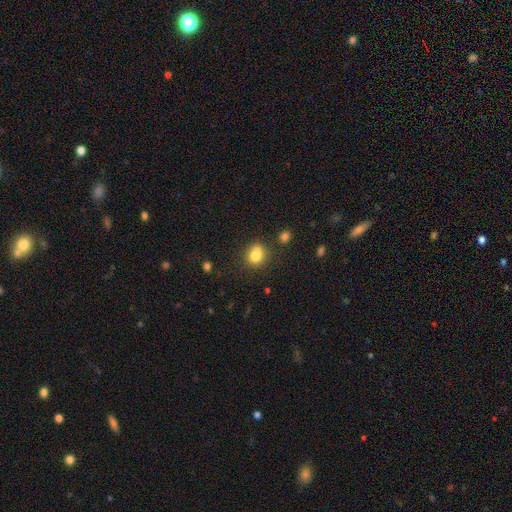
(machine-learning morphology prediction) Q: Smooth or featured?
A: smooth (77%); runner-up: star or artifact (12%)
Q: How rounded?
A: round (68%); runner-up: in between (31%)
Q: Merging?
A: none (55%); runner-up: merger (22%)